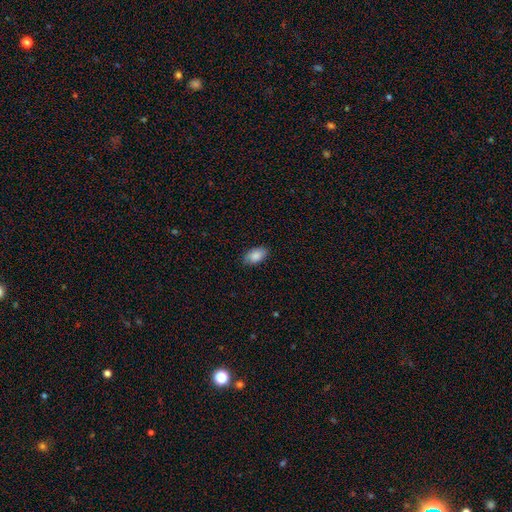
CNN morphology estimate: This is clearly a smooth galaxy (87%). How rounded: clearly in between (93%). Merging: clearly none (81%).